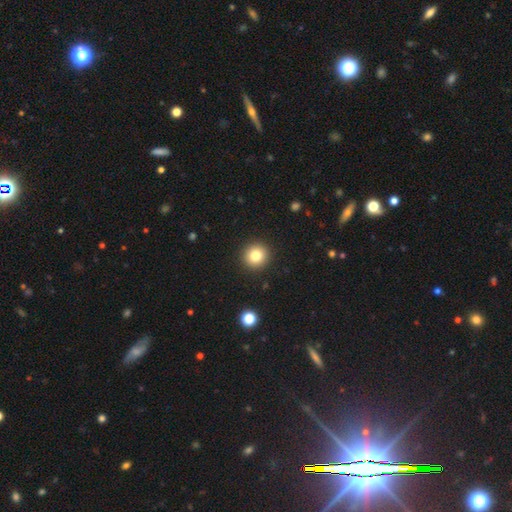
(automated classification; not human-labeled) smooth_or_featured: smooth (p=0.81) [alt: star or artifact p=0.11]
how_rounded: round (p=0.94) [alt: in between p=0.05]
merging: none (p=0.92) [alt: minor disturbance p=0.05]